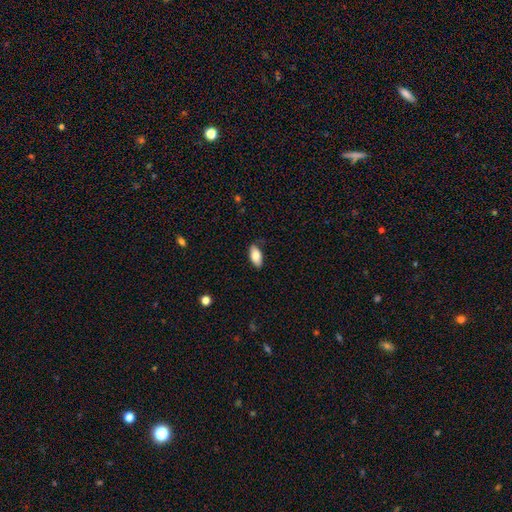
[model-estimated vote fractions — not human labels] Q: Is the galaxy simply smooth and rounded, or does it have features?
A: smooth — 82%.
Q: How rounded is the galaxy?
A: in between — 89%.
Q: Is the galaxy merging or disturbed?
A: none — 82%.